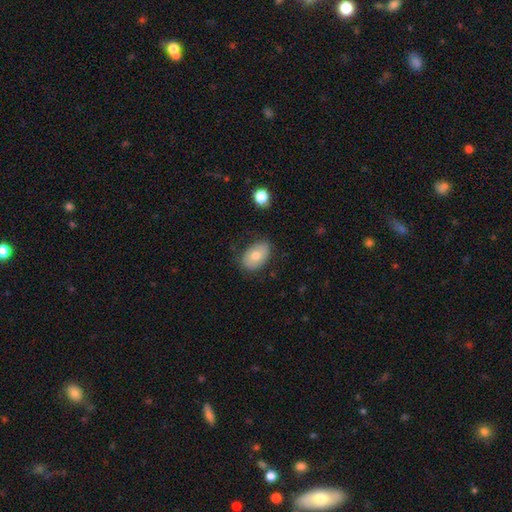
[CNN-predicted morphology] This appears to be a smooth galaxy with no disk features (73%) that is in between round and cigar-shaped (85%). Merging: none (72%).